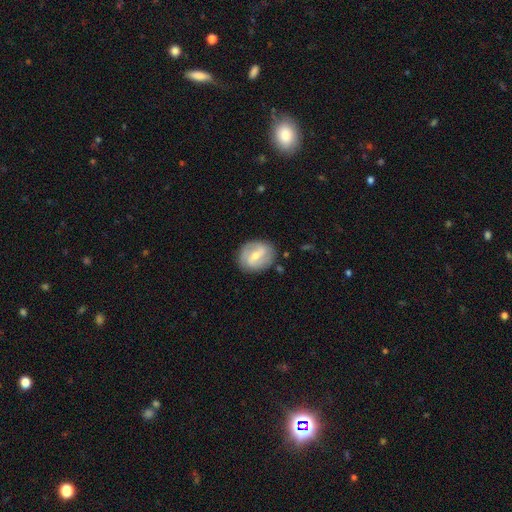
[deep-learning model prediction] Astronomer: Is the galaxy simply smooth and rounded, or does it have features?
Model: featured or disk — 67%.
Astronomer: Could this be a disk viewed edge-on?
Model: no — 96%.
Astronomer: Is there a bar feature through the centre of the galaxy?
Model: weak — 49% (runner-up: strong, 33%).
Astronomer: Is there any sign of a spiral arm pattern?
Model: yes — 81%.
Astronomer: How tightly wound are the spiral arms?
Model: medium — 41% (runner-up: tight, 30%).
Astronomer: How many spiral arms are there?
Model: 2 — 75%.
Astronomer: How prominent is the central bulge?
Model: small — 48%, tied with moderate at 48%.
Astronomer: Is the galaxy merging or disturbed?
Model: none — 81%.